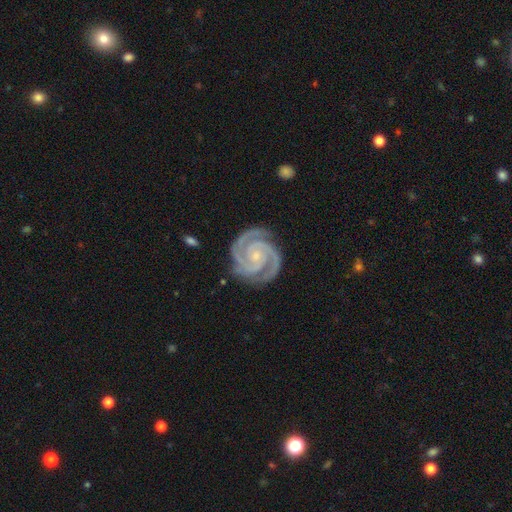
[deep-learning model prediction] A featured or disk galaxy (94%) with no bar (67%), 2 (69%) tight (78%) spiral arms (99%) and a small central bulge (74%).

Vote fractions:
- Smooth or featured? featured or disk: 94% / star or artifact: 3% / smooth: 2%
- Edge-on disk? no: 98% / yes: 2%
- Bar? no: 67% / weak: 23% / strong: 10%
- Spiral arms? yes: 99% / no: 1%
- Spiral winding? tight: 78% / medium: 20% / loose: 2%
- Spiral arm count? 2: 69% / 3: 22% / 4: 3% / can't tell: 2% / more than 4: 2% / 1: 2%
- Bulge size? small: 74% / moderate: 18% / none: 5% / large: 1% / dominant: 1%
- Merging? none: 82% / minor disturbance: 13% / major disturbance: 3% / merger: 1%